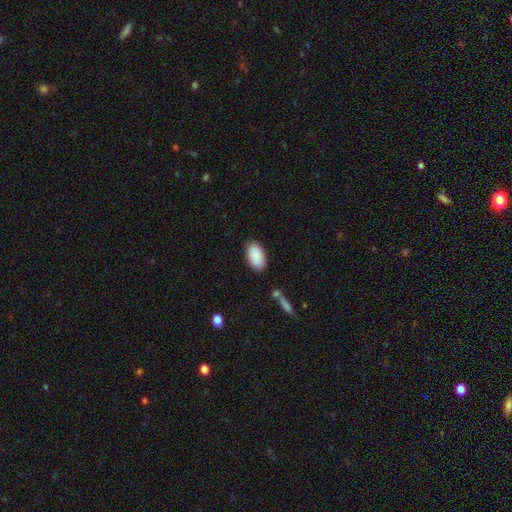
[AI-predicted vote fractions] This is clearly a smooth galaxy (90%). How rounded: clearly in between (95%). Merging: clearly none (85%).